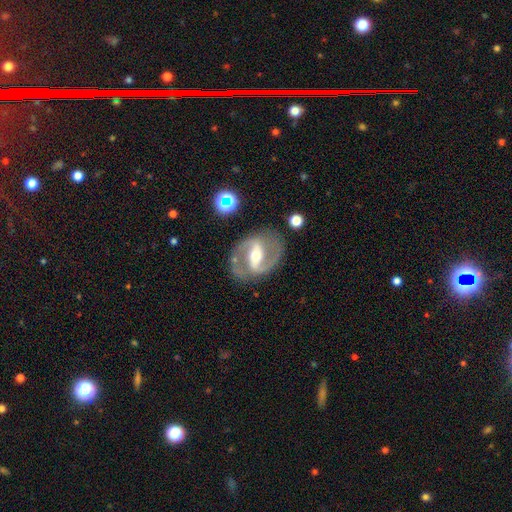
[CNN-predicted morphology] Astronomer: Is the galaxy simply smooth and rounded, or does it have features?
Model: featured or disk — 87%.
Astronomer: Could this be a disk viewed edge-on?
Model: no — 97%.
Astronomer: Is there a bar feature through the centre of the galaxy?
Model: strong — 57%.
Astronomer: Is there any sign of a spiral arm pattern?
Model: yes — 93%.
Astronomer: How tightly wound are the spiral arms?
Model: medium — 58%.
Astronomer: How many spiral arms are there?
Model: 2 — 92%.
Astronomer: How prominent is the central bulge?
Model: moderate — 64%.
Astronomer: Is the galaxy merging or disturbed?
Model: none — 80%.